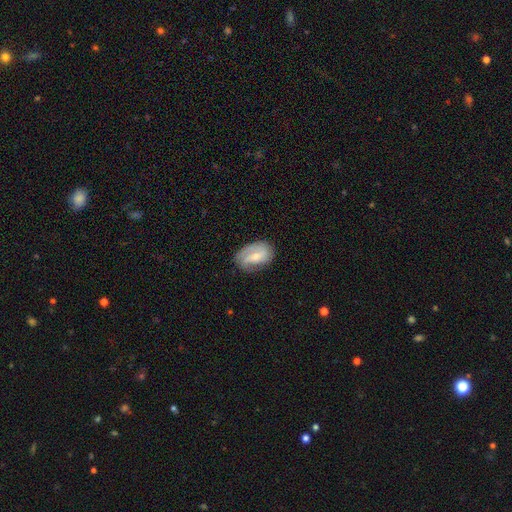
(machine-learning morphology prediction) This appears to be a featured or disk galaxy (62%) with a weak bar (43%), spiral arms (83%) and a small central bulge (56%). Merging: none (63%).